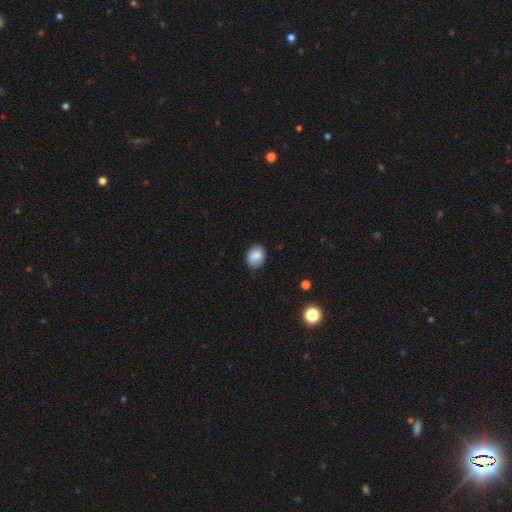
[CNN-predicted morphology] type=smooth (83%); roundness=in between (51%); merging=none (81%).